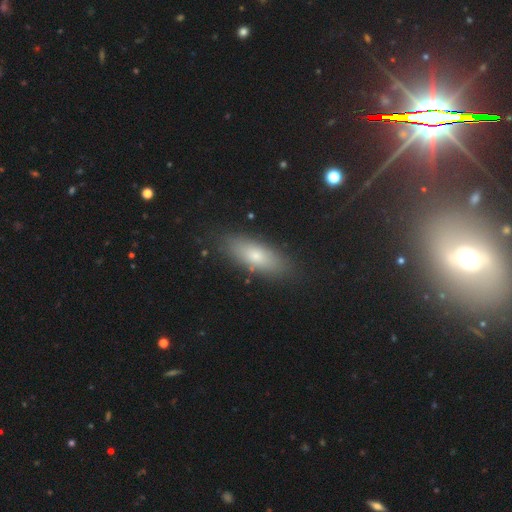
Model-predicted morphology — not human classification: This is likely a smooth galaxy (70%). How rounded: likely in between (67%). Merging: clearly none (85%).